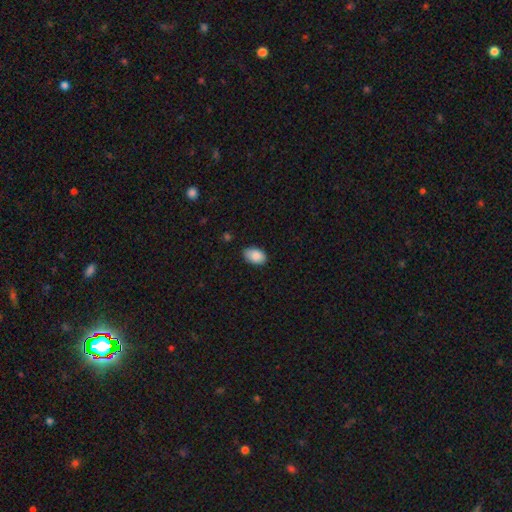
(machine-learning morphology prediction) This is clearly a smooth galaxy (88%). How rounded: clearly in between (90%). Merging: clearly none (81%).